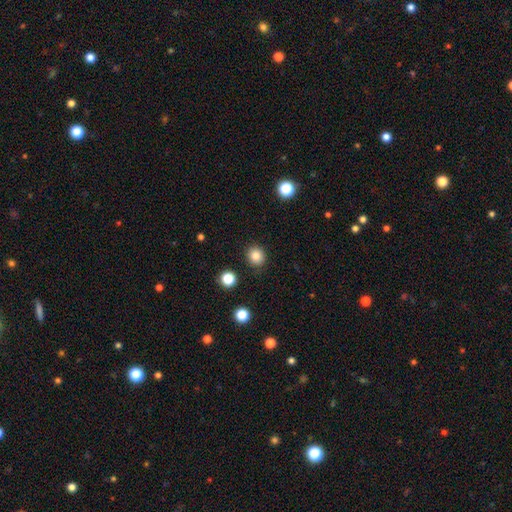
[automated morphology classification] This is clearly a smooth galaxy (84%). How rounded: clearly round (83%). Merging: clearly none (89%).